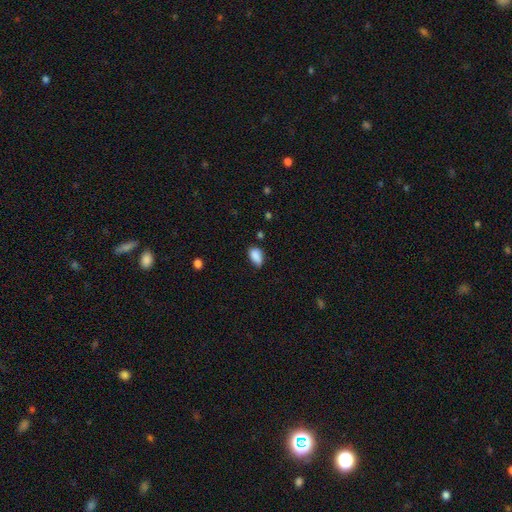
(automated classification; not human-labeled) Overall: smooth (88%). How rounded: in between (90%). Merging: none (62%; minor disturbance 30%).